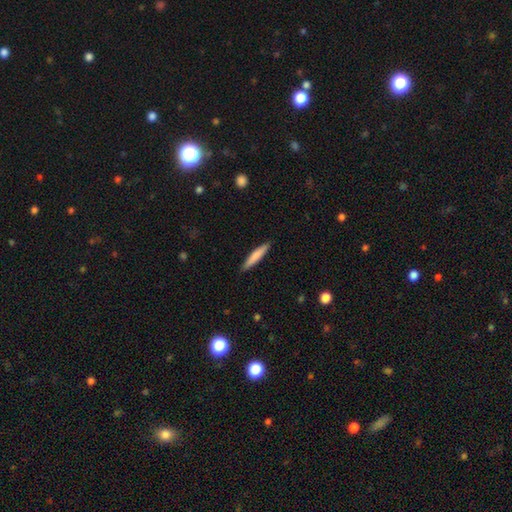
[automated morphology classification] This is likely a smooth galaxy (76%). How rounded: clearly cigar-shaped (91%). Merging: clearly none (90%).